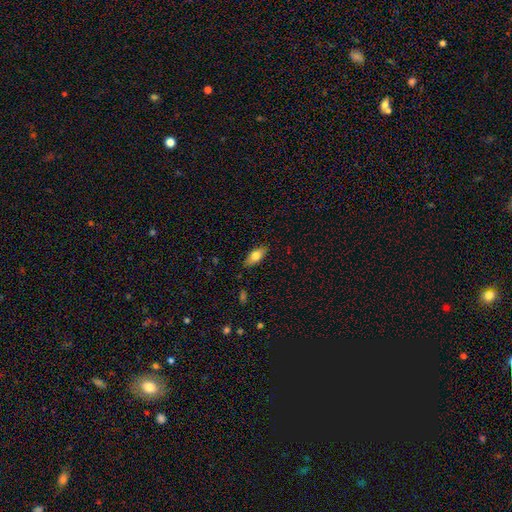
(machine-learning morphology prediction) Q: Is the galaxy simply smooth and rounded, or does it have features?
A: smooth — 72%.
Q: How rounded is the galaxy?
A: in between — 79%.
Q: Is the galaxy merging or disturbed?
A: none — 86%.